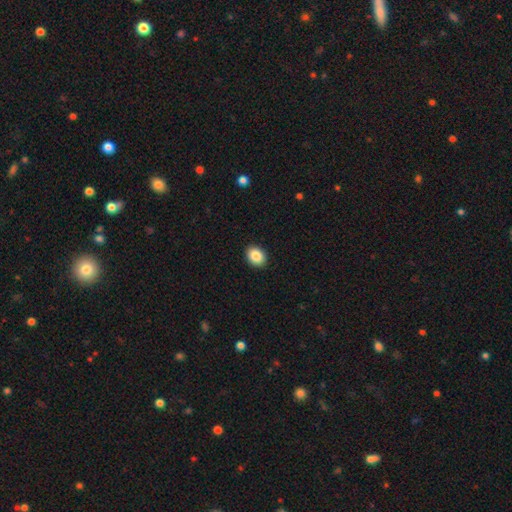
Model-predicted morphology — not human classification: Smooth or featured?
  - smooth: 87% *
  - star or artifact: 8%
  - featured or disk: 5%
How rounded?
  - in between: 64% *
  - round: 35%
  - cigar-shaped: 1%
Merging?
  - none: 91% *
  - minor disturbance: 6%
  - major disturbance: 2%
  - merger: 1%